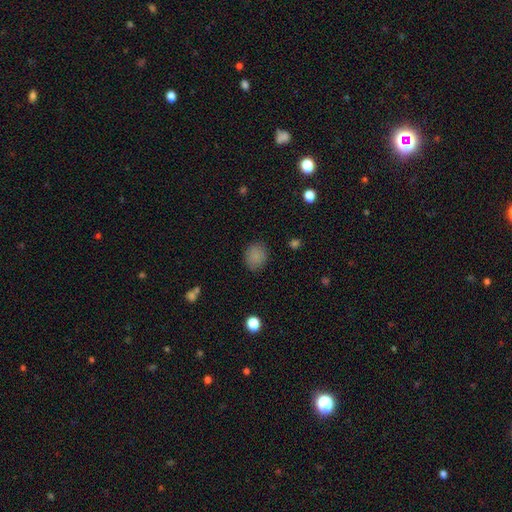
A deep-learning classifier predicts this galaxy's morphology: smooth-or-featured: smooth: 85% | star or artifact: 11% | featured or disk: 4%
  how-rounded: round: 67% | in between: 32% | cigar-shaped: 1%
  merging: none: 85% | minor disturbance: 11% | major disturbance: 3% | merger: 1%